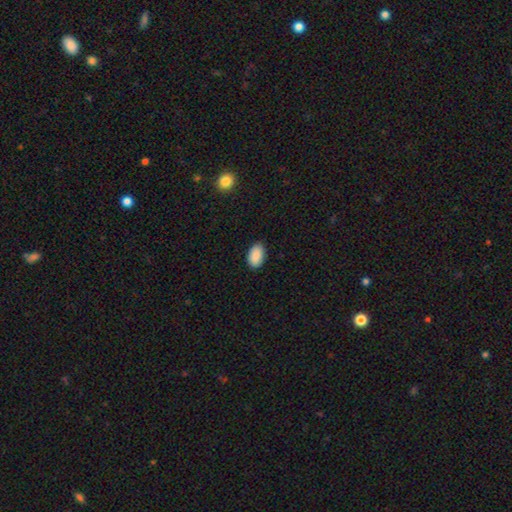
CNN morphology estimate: type=smooth (90%); roundness=in between (94%); merging=none (88%).